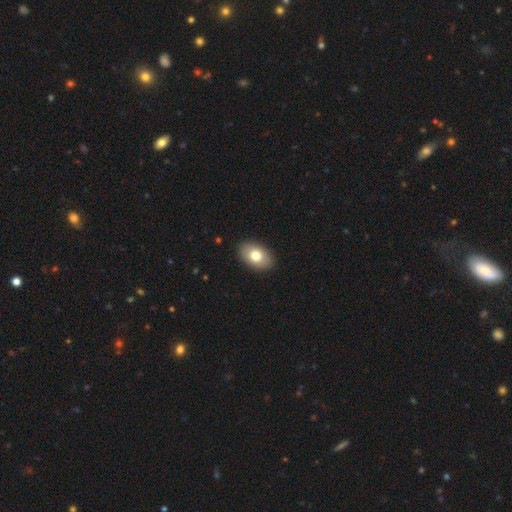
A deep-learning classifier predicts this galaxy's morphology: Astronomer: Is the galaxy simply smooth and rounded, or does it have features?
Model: smooth — 77%.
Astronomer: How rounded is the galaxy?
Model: in between — 88%.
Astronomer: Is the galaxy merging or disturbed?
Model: none — 89%.